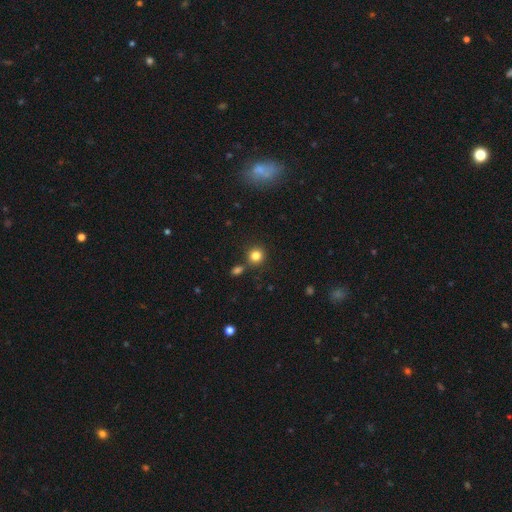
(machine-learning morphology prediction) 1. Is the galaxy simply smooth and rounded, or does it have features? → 82% smooth, 13% star or artifact, 6% featured or disk.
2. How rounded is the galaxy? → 89% round, 10% in between, 1% cigar-shaped.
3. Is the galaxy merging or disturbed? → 79% none, 10% merger, 9% minor disturbance, 3% major disturbance.